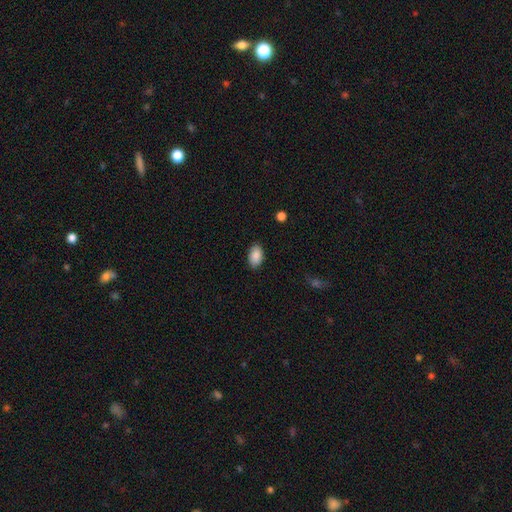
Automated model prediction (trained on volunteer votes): smooth 89%, star or artifact 7%, featured or disk 4%. Down the decision tree: how rounded — in between (93%); merging — none (86%).